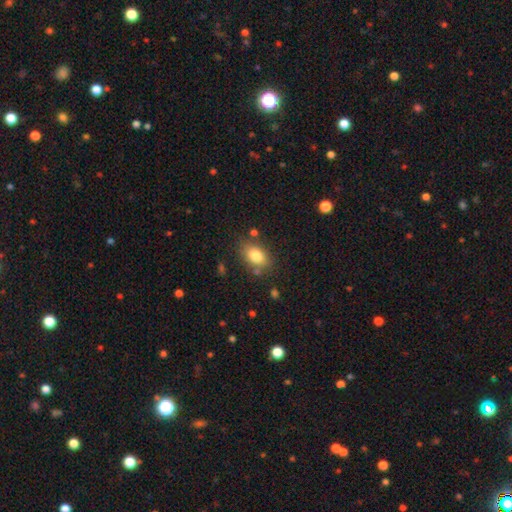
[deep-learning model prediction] smooth_or_featured: smooth (p=0.82) [alt: featured or disk p=0.09]
how_rounded: in between (p=0.82) [alt: round p=0.17]
merging: none (p=0.76) [alt: minor disturbance p=0.14]